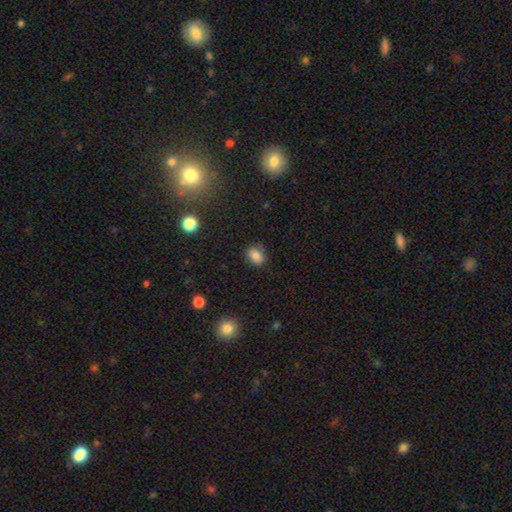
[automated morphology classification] A smooth galaxy with no disk features (80%) that is in between round and cigar-shaped (56%).

Vote fractions:
- Smooth or featured? smooth: 80% / star or artifact: 11% / featured or disk: 9%
- How rounded? in between: 56% / round: 43% / cigar-shaped: 1%
- Merging? none: 81% / minor disturbance: 14% / major disturbance: 3% / merger: 1%